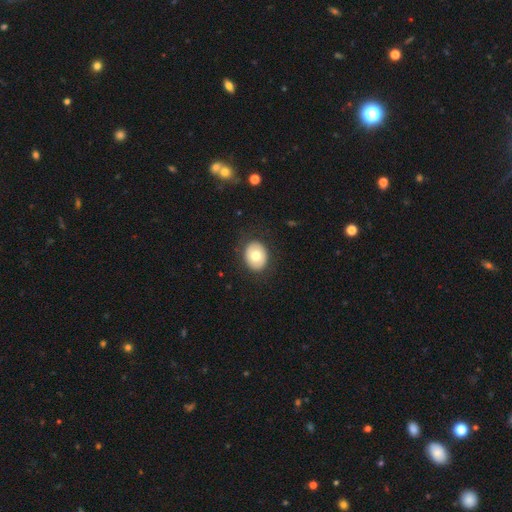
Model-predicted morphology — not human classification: Smooth or featured? Predicted: smooth (p=0.72). How rounded? Predicted: in between (p=0.51). Merging? Predicted: none (p=0.87).